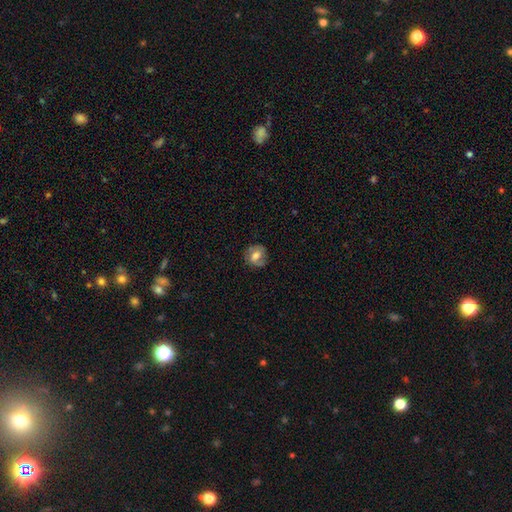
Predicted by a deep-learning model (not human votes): Smooth or featured? Predicted: featured or disk (p=0.47). Merging? Predicted: none (p=0.73).